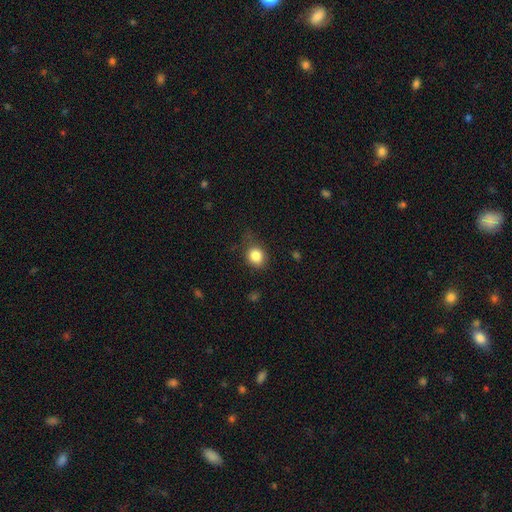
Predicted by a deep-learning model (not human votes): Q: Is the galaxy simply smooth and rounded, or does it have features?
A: smooth — 84%.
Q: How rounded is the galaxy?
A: round — 68%.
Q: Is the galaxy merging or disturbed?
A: none — 67%.